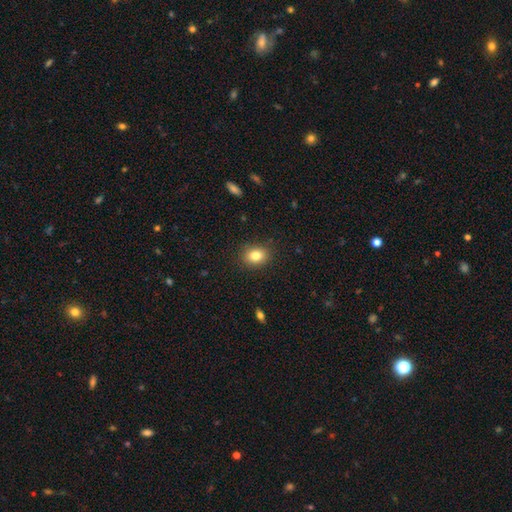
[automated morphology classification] This is clearly a smooth galaxy (82%). How rounded: possibly in between (55%). Merging: clearly none (88%).